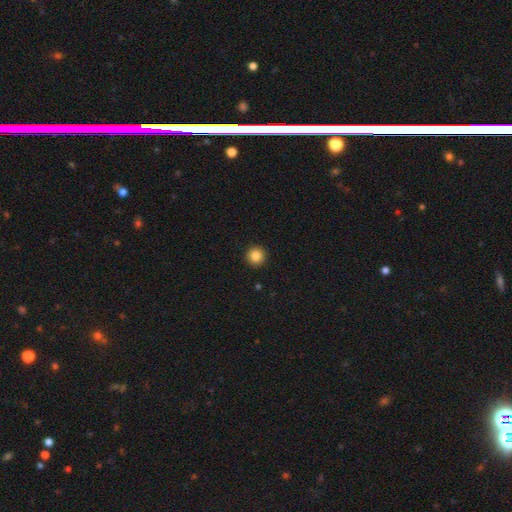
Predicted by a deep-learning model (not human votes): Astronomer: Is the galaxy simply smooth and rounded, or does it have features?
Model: smooth — 84%.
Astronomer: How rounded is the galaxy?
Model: round — 96%.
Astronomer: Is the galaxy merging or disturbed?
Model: none — 93%.